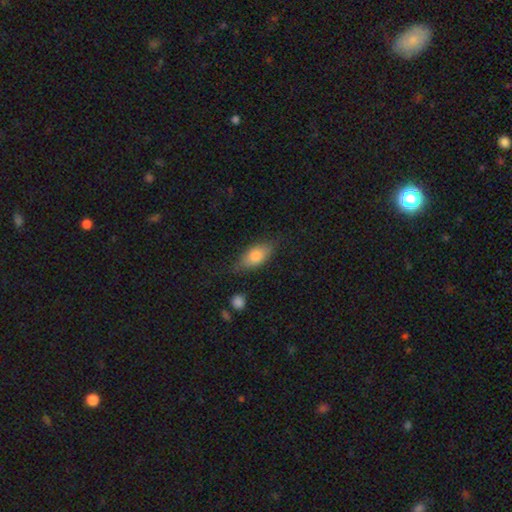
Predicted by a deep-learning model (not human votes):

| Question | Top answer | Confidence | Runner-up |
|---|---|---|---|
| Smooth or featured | smooth | 76% | featured or disk (17%) |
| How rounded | in between | 84% | cigar-shaped (10%) |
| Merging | none | 71% | minor disturbance (20%) |